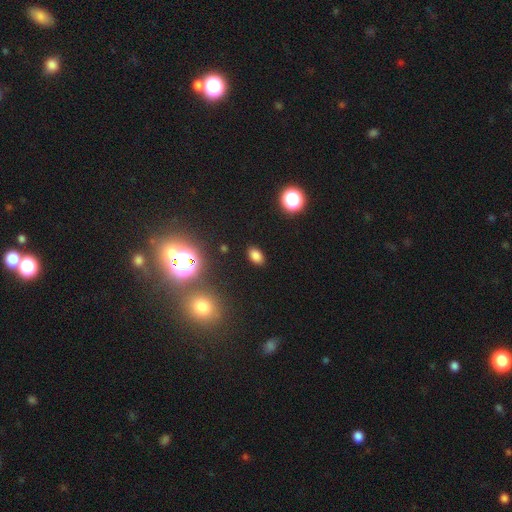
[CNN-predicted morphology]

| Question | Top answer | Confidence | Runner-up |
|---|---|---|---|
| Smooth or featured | smooth | 76% | star or artifact (18%) |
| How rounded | in between | 87% | round (12%) |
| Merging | none | 87% | minor disturbance (9%) |